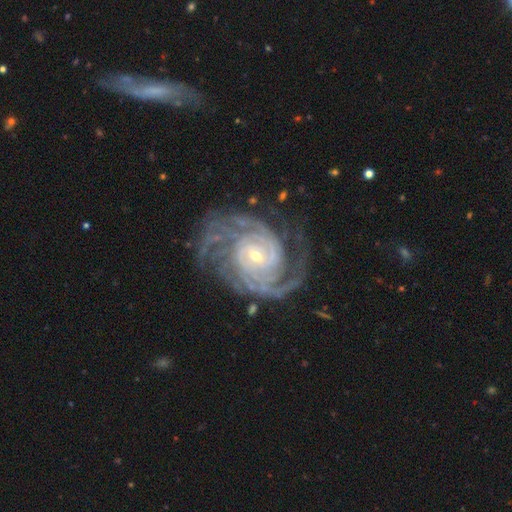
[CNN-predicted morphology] A featured or disk galaxy (93%) with no bar (49%), 2 (25%) tight (70%) spiral arms (98%) and a small central bulge (68%).

Vote fractions:
- Smooth or featured? featured or disk: 93% / star or artifact: 5% / smooth: 3%
- Edge-on disk? no: 98% / yes: 2%
- Bar? no: 49% / weak: 36% / strong: 15%
- Spiral arms? yes: 98% / no: 2%
- Spiral winding? tight: 70% / medium: 26% / loose: 4%
- Spiral arm count? 2: 25% / 3: 21% / 4: 19% / can't tell: 17% / more than 4: 11% / 1: 8%
- Bulge size? small: 68% / moderate: 28% / large: 2% / none: 1% / dominant: 1%
- Merging? none: 71% / minor disturbance: 17% / major disturbance: 11% / merger: 2%